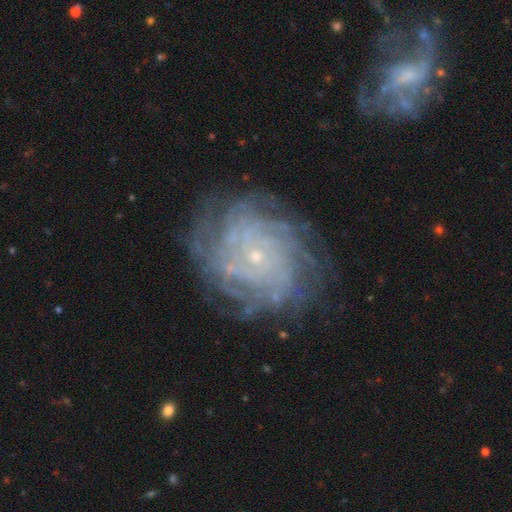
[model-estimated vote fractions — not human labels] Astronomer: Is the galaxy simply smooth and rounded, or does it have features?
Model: featured or disk — 82%.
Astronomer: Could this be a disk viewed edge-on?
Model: no — 97%.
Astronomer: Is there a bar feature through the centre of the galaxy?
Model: no — 79%.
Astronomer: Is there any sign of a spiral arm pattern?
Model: yes — 94%.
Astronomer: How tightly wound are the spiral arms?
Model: tight — 77%.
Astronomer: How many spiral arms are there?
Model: can't tell — 32%, tied with more than 4 at 32%.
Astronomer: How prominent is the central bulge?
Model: small — 87%.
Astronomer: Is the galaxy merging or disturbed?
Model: none — 78%.